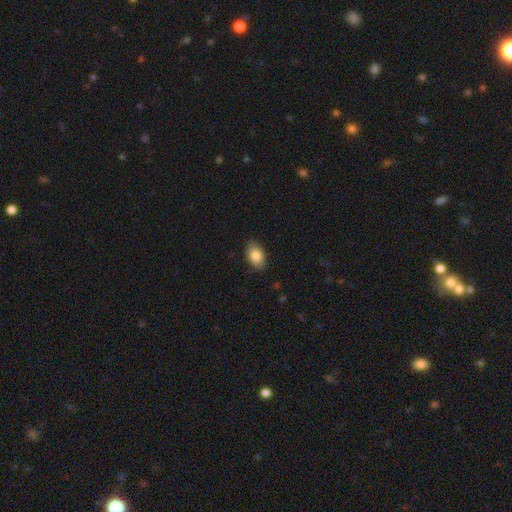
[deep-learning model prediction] Smooth or featured?
  - smooth: 84% *
  - featured or disk: 9%
  - star or artifact: 7%
How rounded?
  - in between: 90% *
  - round: 9%
  - cigar-shaped: 1%
Merging?
  - none: 84% *
  - minor disturbance: 12%
  - major disturbance: 2%
  - merger: 1%